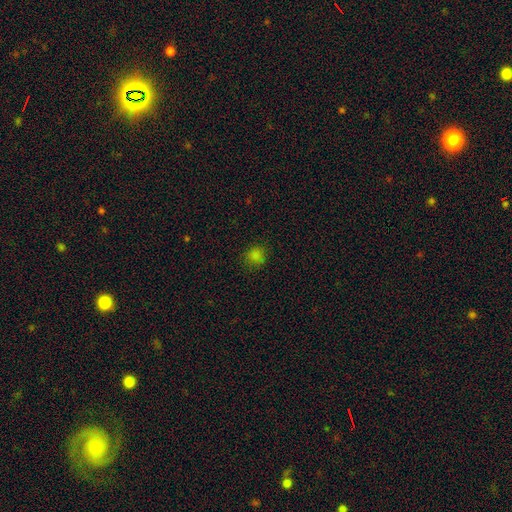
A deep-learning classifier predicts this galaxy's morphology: smooth-or-featured: smooth: 79% | star or artifact: 17% | featured or disk: 3%
  how-rounded: round: 87% | in between: 12% | cigar-shaped: 1%
  merging: none: 85% | minor disturbance: 11% | major disturbance: 3% | merger: 1%